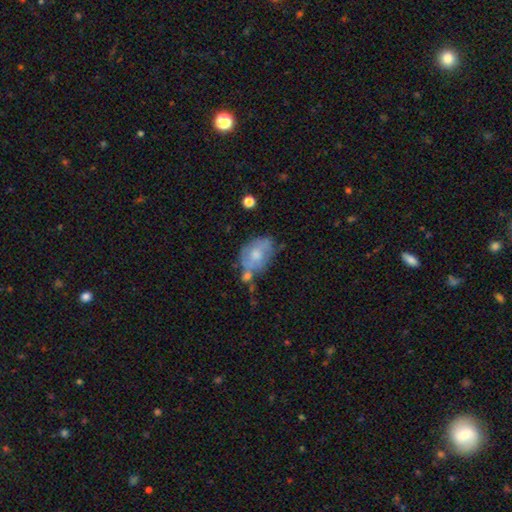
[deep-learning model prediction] Morphology: type=featured or disk (47%); merging=none (37%).